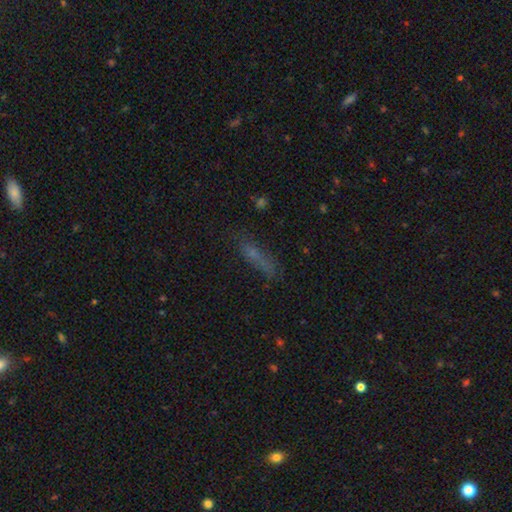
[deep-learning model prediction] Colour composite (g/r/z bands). It shows a smooth galaxy with no disk features (54%) that is cigar-shaped (75%). Merging: none (66%).